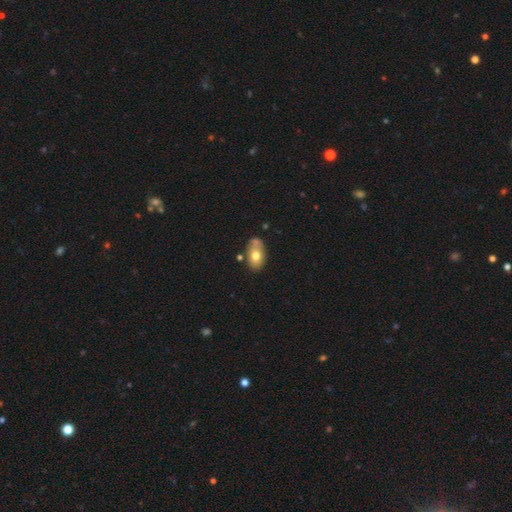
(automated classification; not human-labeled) Overall: smooth (69%). How rounded: in between (88%). Merging: none (54%; merger 20%).